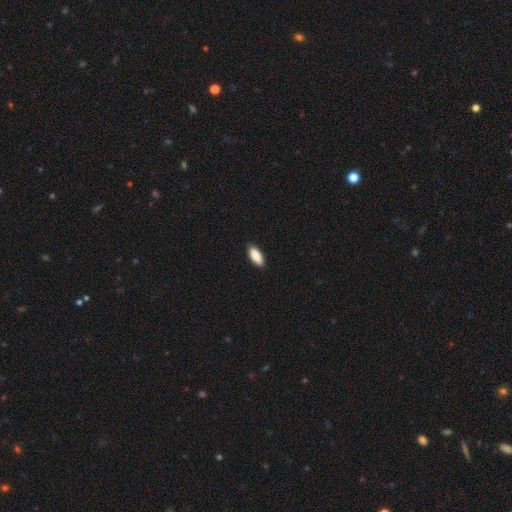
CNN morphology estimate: smooth_or_featured: smooth (p=0.88) [alt: featured or disk p=0.06]
how_rounded: in between (p=0.78) [alt: cigar-shaped p=0.20]
merging: none (p=0.89) [alt: minor disturbance p=0.08]